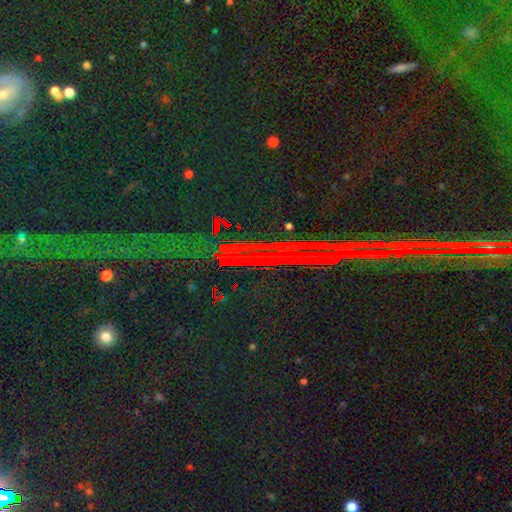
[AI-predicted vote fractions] Smooth or featured? Predicted: star or artifact (p=0.81).